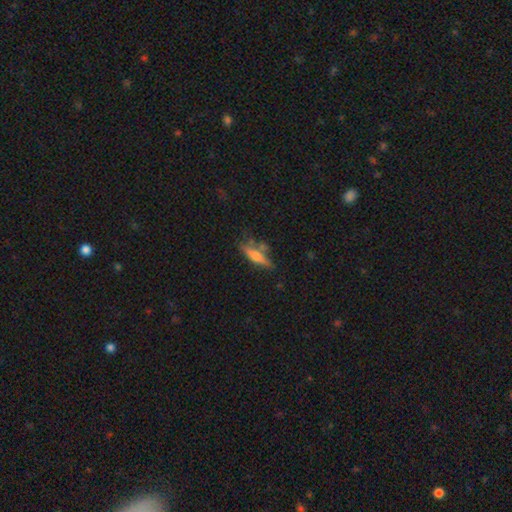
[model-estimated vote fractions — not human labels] A smooth galaxy with no disk features (58%) that is cigar-shaped (66%). Merging: none (59%).